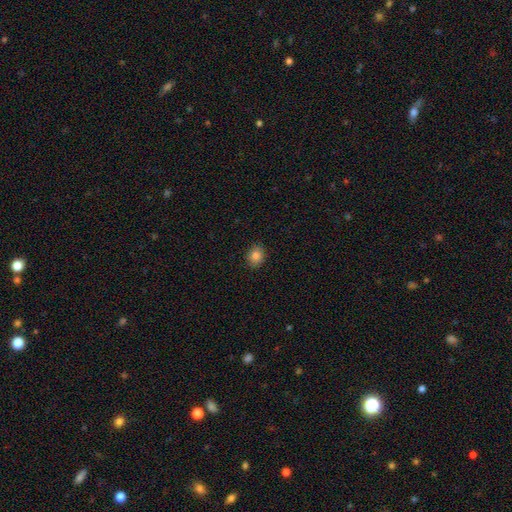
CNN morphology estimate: smooth 83%, star or artifact 11%, featured or disk 7%. Down the decision tree: how rounded — round (58%); merging — none (89%).